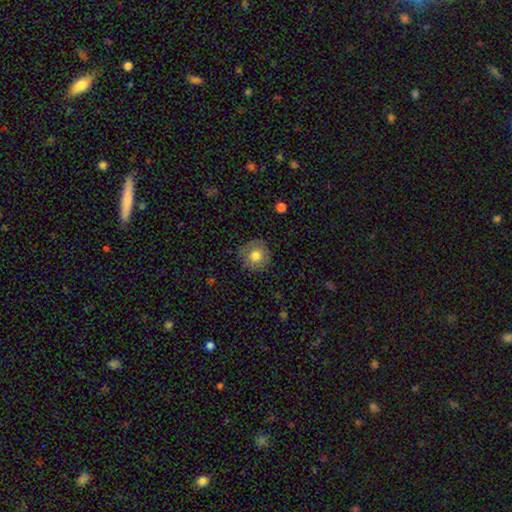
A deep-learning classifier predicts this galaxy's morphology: type=smooth (75%); roundness=round (91%); merging=none (81%).